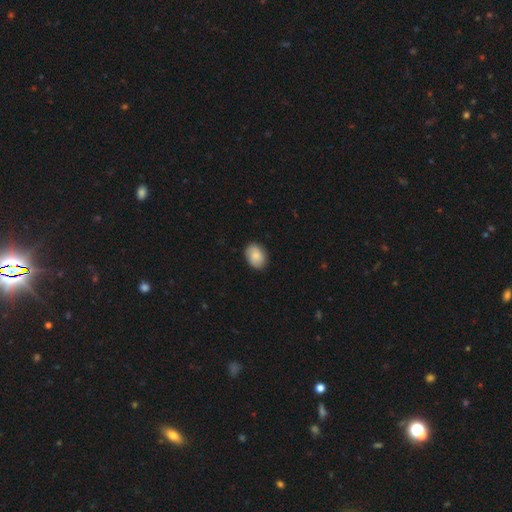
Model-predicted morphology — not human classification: Smooth or featured: smooth — 84% (featured or disk — 10%)
How rounded: in between — 74% (round — 25%)
Merging: none — 87% (minor disturbance — 10%)